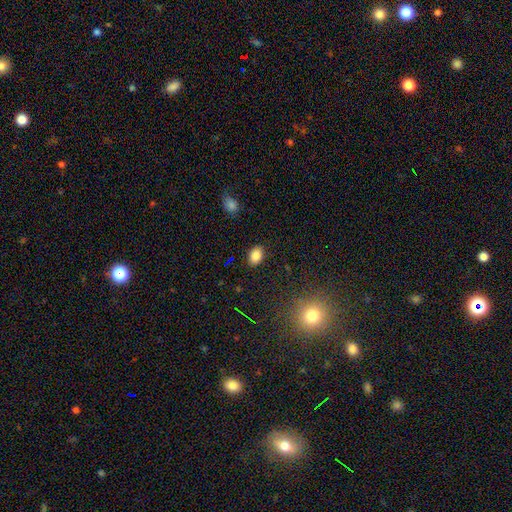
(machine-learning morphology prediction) The model was most divided on "how rounded": in between: 81%, round: 18%, cigar-shaped: 1%. More confident: merging — none (87%); smooth or featured — smooth (84%).